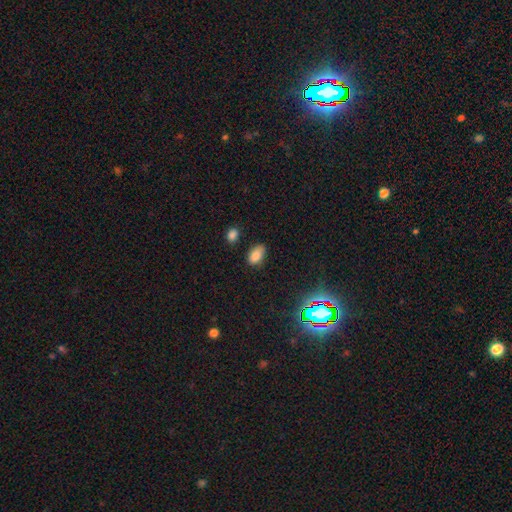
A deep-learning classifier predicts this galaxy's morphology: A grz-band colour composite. It shows a smooth galaxy with no disk features (83%) that is in between round and cigar-shaped (91%). Merging: none (73%).